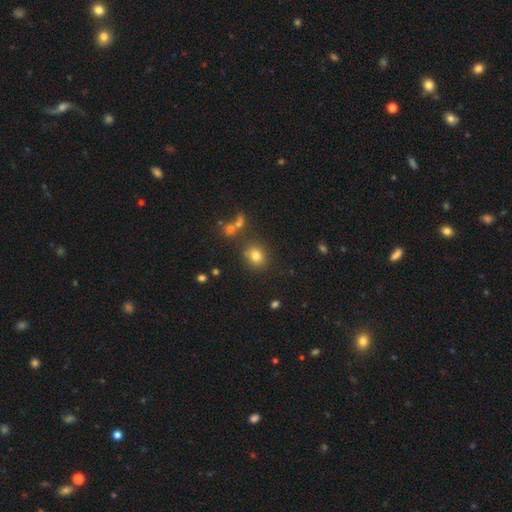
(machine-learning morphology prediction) smooth_or_featured: smooth (p=0.77) [alt: star or artifact p=0.14]
how_rounded: round (p=0.75) [alt: in between p=0.24]
merging: none (p=0.77) [alt: minor disturbance p=0.11]